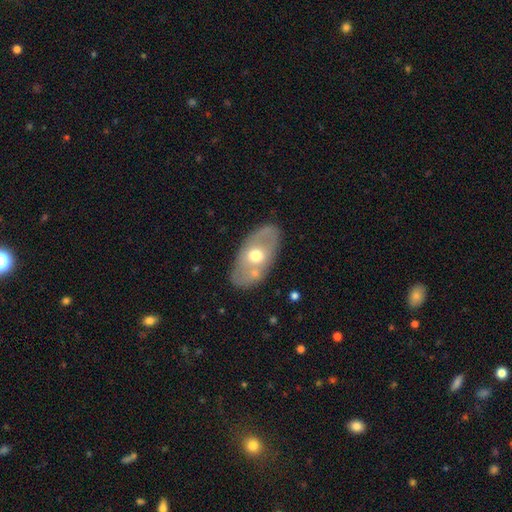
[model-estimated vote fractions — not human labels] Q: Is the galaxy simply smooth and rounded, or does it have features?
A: featured or disk — 48%.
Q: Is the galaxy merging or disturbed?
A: none — 74%.